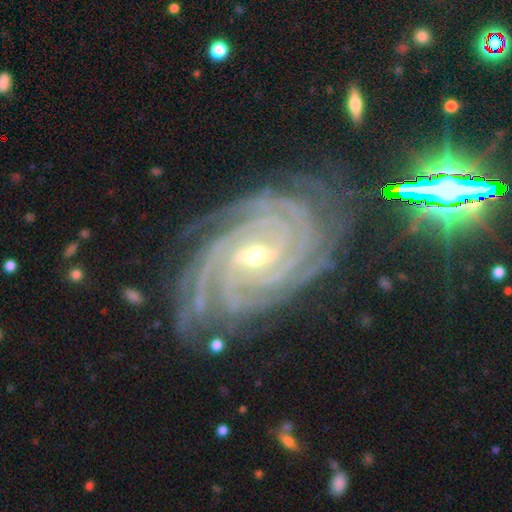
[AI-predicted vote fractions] Overall: featured or disk (90%). Edge-on disk: no (97%). Bar: weak (39%; no 37%). Spiral arms: yes (99%). Spiral arm count: 4 (30%; more than 4 27%). Spiral winding: tight (84%). Bulge size: small (56%; moderate 42%). Merging: none (79%).